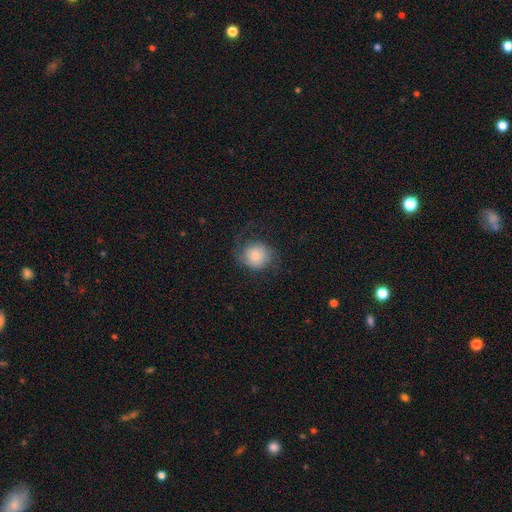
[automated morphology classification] smooth-or-featured: smooth: 64% | featured or disk: 28% | star or artifact: 9%
  how-rounded: round: 82% | in between: 17% | cigar-shaped: 1%
  merging: none: 62% | minor disturbance: 20% | major disturbance: 17% | merger: 1%